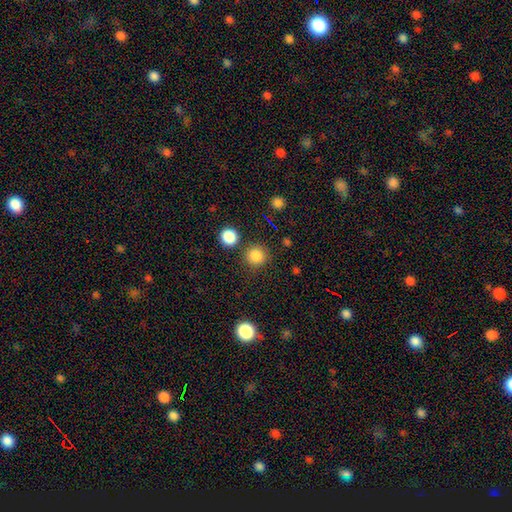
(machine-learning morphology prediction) The model was most divided on "smooth or featured": smooth: 83%, star or artifact: 13%, featured or disk: 4%. More confident: how rounded — round (93%); merging — none (84%).